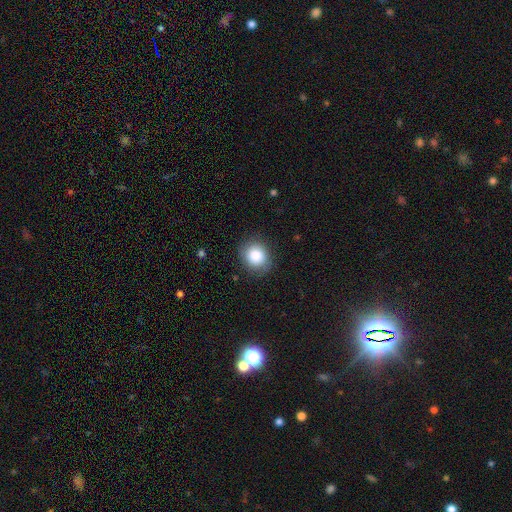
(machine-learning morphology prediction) smooth_or_featured: smooth (p=0.84) [alt: star or artifact p=0.08]
how_rounded: round (p=0.75) [alt: in between p=0.25]
merging: none (p=0.84) [alt: minor disturbance p=0.12]